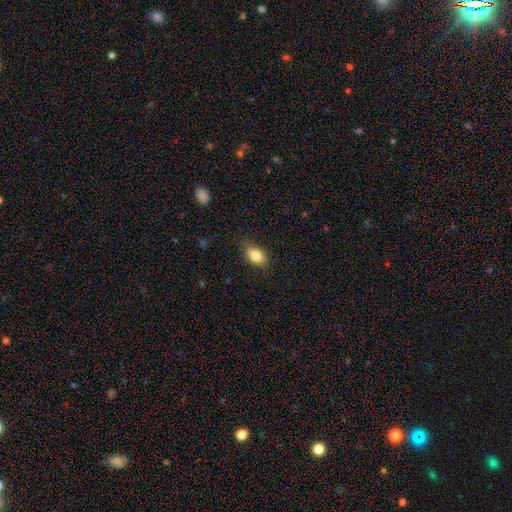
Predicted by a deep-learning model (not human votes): Smooth or featured? smooth (83%)
How rounded? in between (82%)
Merging? none (77%)